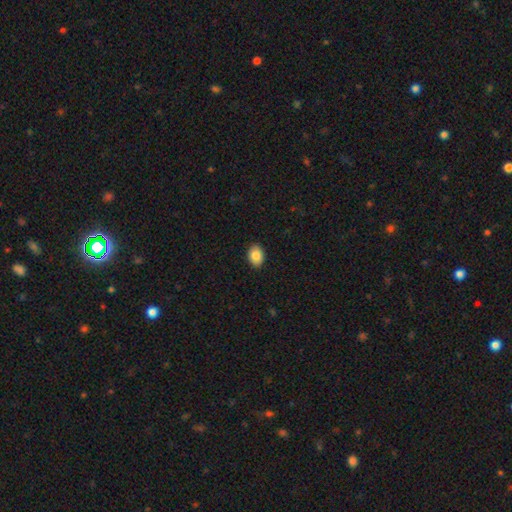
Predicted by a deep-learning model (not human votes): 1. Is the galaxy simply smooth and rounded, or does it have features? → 87% smooth, 8% star or artifact, 5% featured or disk.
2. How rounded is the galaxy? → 77% in between, 22% round, 1% cigar-shaped.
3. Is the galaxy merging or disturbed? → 91% none, 7% minor disturbance, 2% major disturbance, 1% merger.